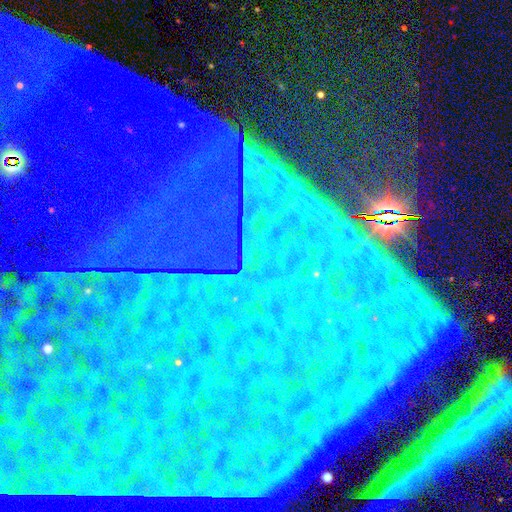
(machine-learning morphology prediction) This is clearly a star or artifact rather than a galaxy (86%).